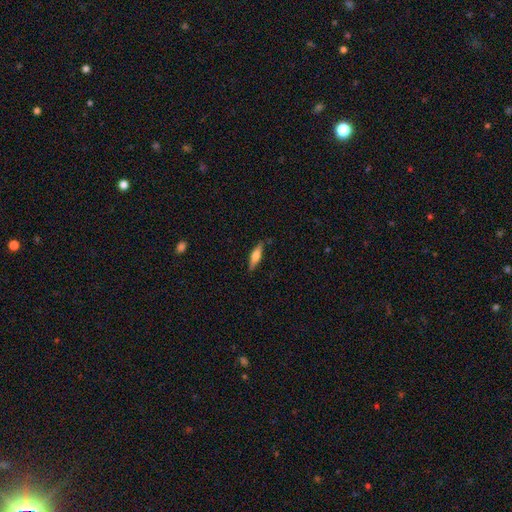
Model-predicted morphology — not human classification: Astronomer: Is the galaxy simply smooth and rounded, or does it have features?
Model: smooth — 54% (runner-up: featured or disk, 40%).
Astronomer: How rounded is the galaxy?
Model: cigar-shaped — 68%.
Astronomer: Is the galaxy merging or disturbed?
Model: none — 85%.